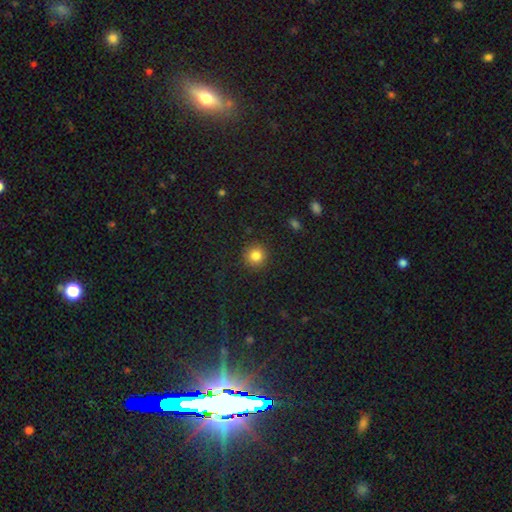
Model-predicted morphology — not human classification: Overall: smooth (83%). How rounded: round (93%). Merging: none (89%).